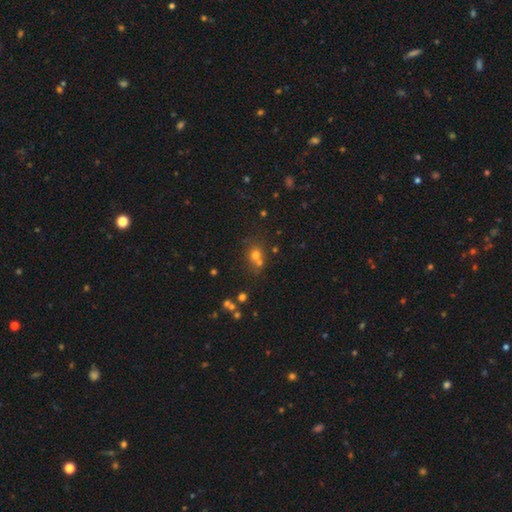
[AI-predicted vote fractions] smooth 64%, star or artifact 23%, featured or disk 13%. Down the decision tree: how rounded — round (77%); merging — none (51%).